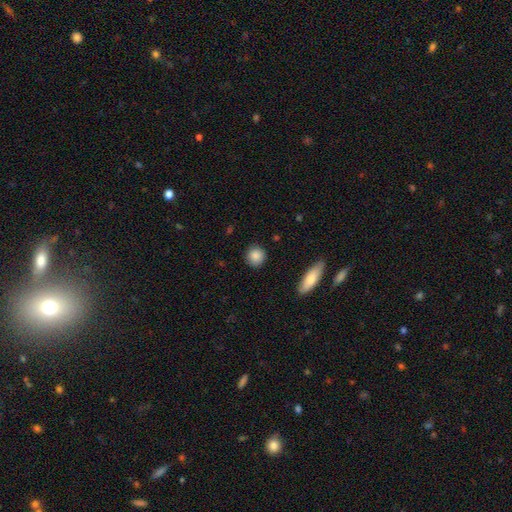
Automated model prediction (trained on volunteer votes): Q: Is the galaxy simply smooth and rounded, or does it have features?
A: smooth — 87%.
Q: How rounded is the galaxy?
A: round — 88%.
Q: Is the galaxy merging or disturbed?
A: none — 89%.